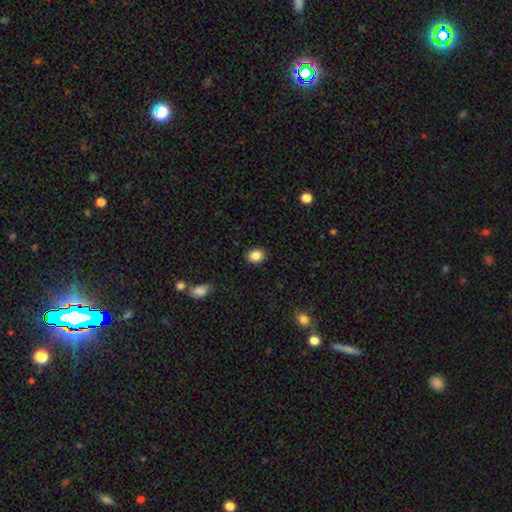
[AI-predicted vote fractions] Smooth or featured: smooth — 86% (star or artifact — 9%)
How rounded: round — 58% (in between — 41%)
Merging: none — 89% (minor disturbance — 8%)